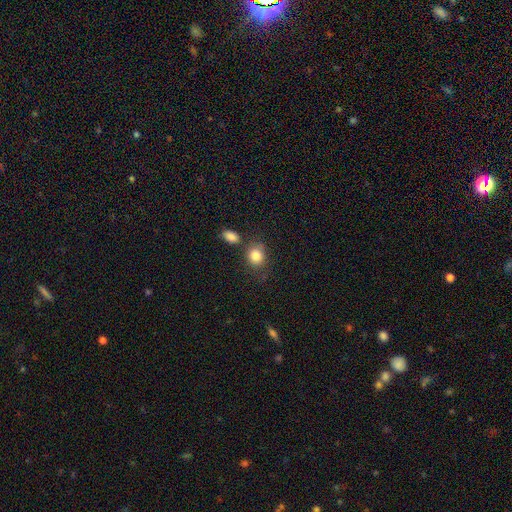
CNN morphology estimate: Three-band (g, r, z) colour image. It shows a smooth galaxy with no disk features (84%) that is round (66%). Merging: none (65%).